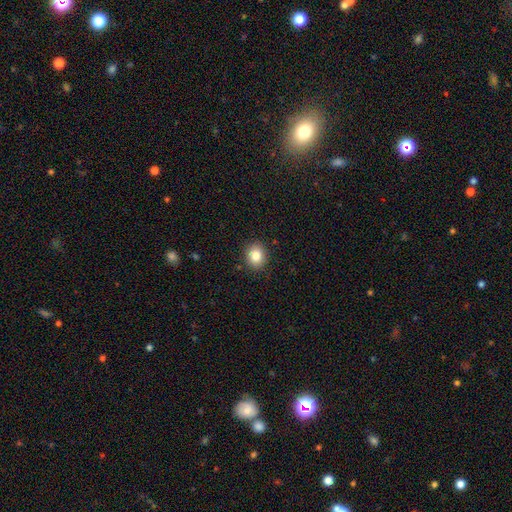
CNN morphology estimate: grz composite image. It shows a smooth galaxy with no disk features (83%) that is round (68%). Merging: none (90%).